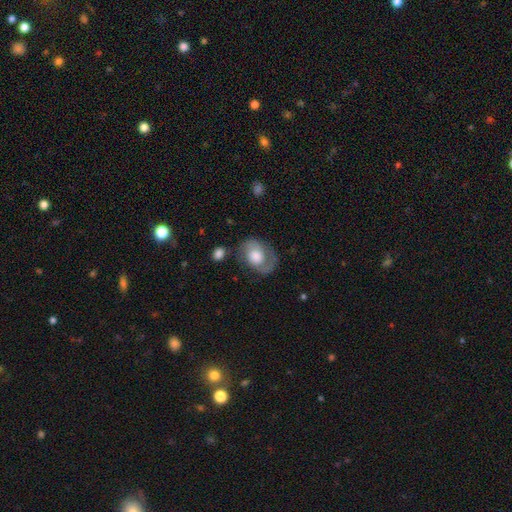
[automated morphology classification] A featured or disk galaxy (58%) with no bar (75%), spiral arms (74%) and a large central bulge (55%). Merging: none (60%).